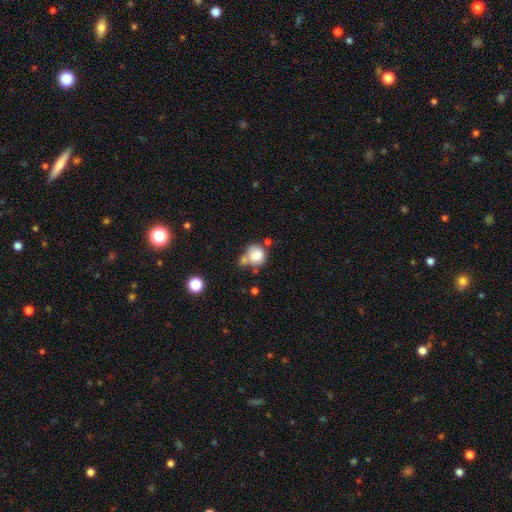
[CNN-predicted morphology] A smooth galaxy with no disk features (80%) that is round (81%).

Vote fractions:
- Smooth or featured? smooth: 80% / featured or disk: 11% / star or artifact: 9%
- How rounded? round: 81% / in between: 18% / cigar-shaped: 1%
- Merging? none: 43% / merger: 33% / minor disturbance: 16% / major disturbance: 7%